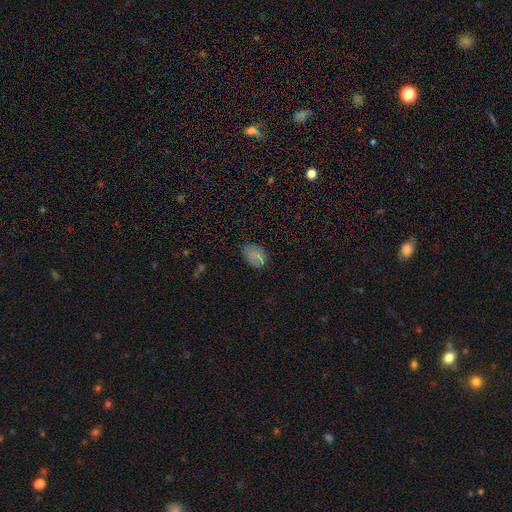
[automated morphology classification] A smooth galaxy with no disk features (78%) that is in between round and cigar-shaped (78%).

Vote fractions:
- Smooth or featured? smooth: 78% / star or artifact: 15% / featured or disk: 7%
- How rounded? in between: 78% / round: 21% / cigar-shaped: 1%
- Merging? none: 77% / minor disturbance: 18% / major disturbance: 4% / merger: 1%